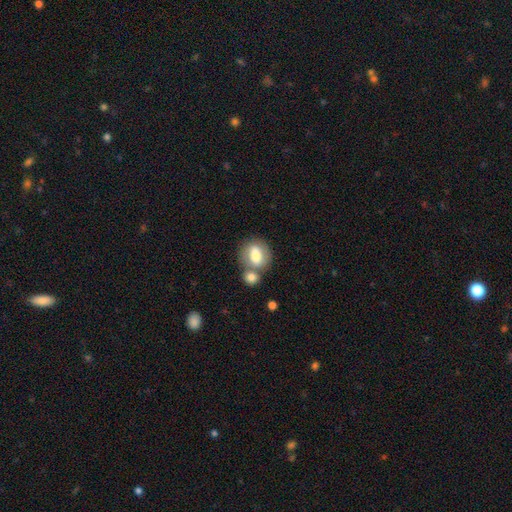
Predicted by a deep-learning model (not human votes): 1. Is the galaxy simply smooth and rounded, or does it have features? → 69% smooth, 24% featured or disk, 7% star or artifact.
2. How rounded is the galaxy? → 54% in between, 44% round, 2% cigar-shaped.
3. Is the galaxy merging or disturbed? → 46% none, 38% merger, 12% minor disturbance, 5% major disturbance.